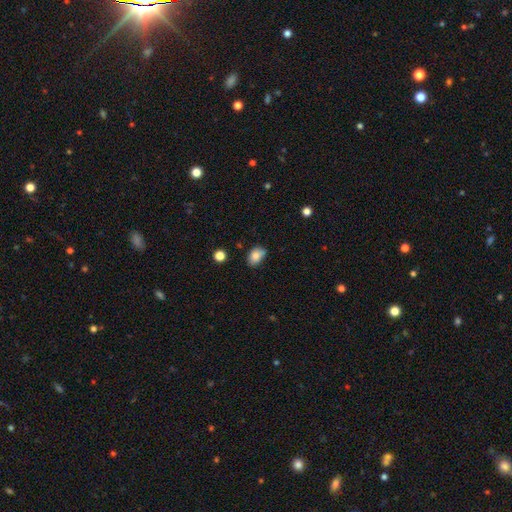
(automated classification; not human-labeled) A smooth galaxy with no disk features (82%) that is in between round and cigar-shaped (82%). Merging: none (67%).